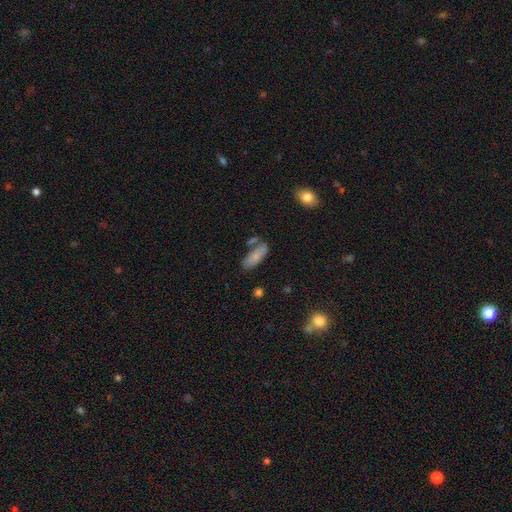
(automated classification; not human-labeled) This is likely a smooth galaxy (77%). How rounded: likely in between (73%). Merging: possibly none (58%).